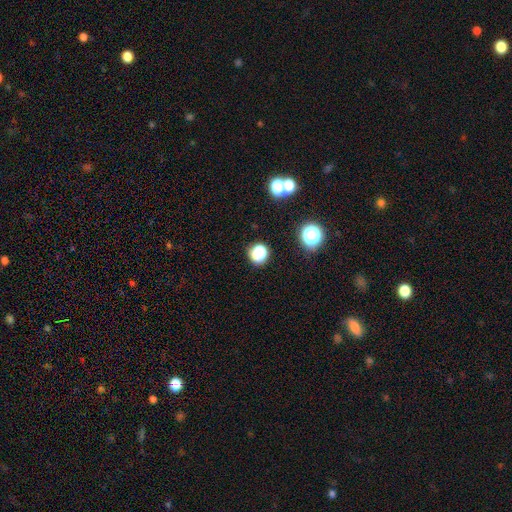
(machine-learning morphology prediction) Overall: smooth (67%). How rounded: round (87%). Merging: none (82%).